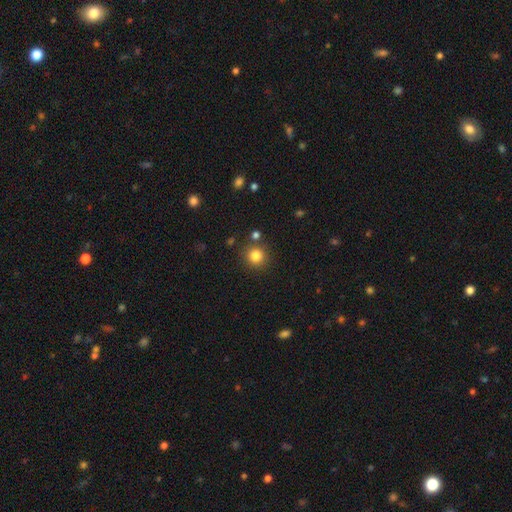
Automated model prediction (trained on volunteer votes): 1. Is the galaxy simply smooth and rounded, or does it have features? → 83% smooth, 12% star or artifact, 5% featured or disk.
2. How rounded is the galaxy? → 93% round, 6% in between, 1% cigar-shaped.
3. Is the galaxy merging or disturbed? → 85% none, 7% minor disturbance, 5% merger, 3% major disturbance.